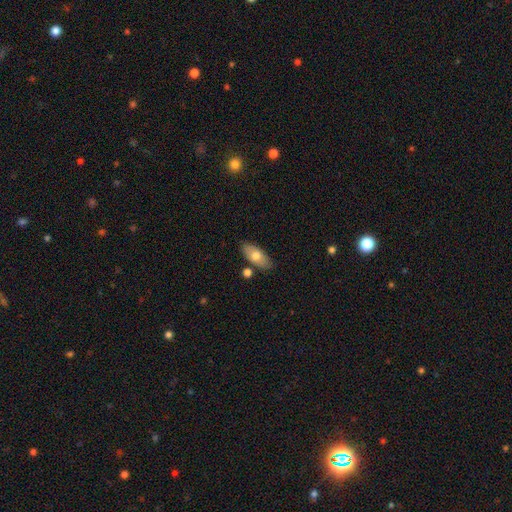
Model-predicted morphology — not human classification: smooth-or-featured: smooth: 71% | featured or disk: 23% | star or artifact: 6%
  how-rounded: in between: 86% | cigar-shaped: 10% | round: 3%
  merging: none: 81% | minor disturbance: 11% | merger: 6% | major disturbance: 2%